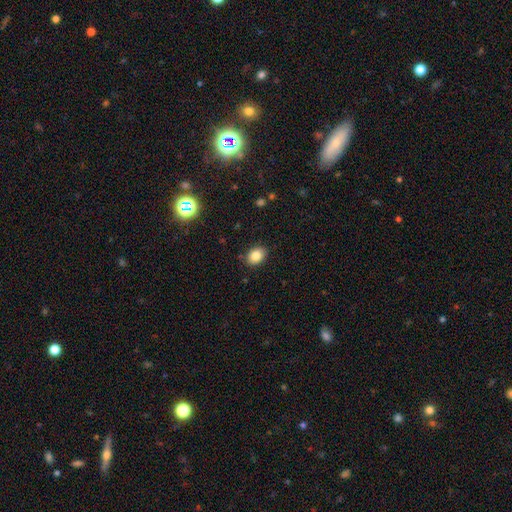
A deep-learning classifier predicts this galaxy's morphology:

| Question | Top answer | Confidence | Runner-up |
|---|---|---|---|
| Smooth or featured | smooth | 85% | star or artifact (10%) |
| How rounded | in between | 67% | round (32%) |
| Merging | none | 86% | minor disturbance (10%) |